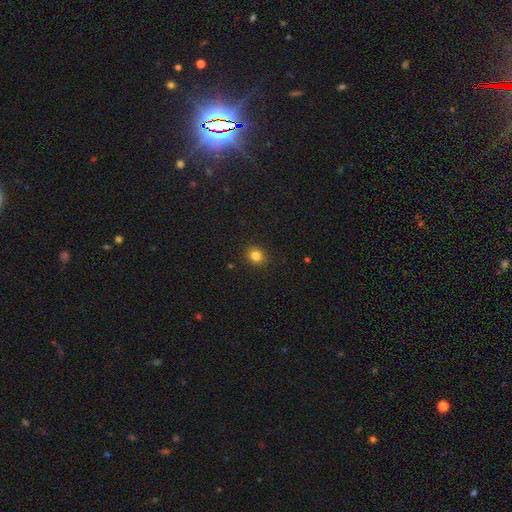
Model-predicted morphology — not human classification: This appears to be a smooth galaxy with no disk features (83%) that is round (76%). Merging: none (91%).